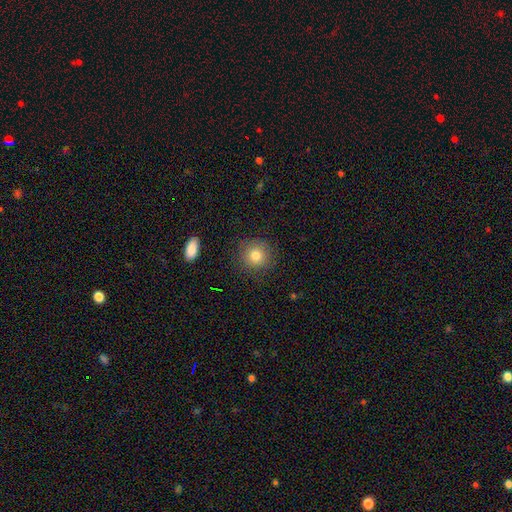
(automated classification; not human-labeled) smooth-or-featured: smooth: 81% | star or artifact: 10% | featured or disk: 9%
  how-rounded: round: 90% | in between: 9% | cigar-shaped: 1%
  merging: none: 85% | minor disturbance: 10% | major disturbance: 3% | merger: 1%